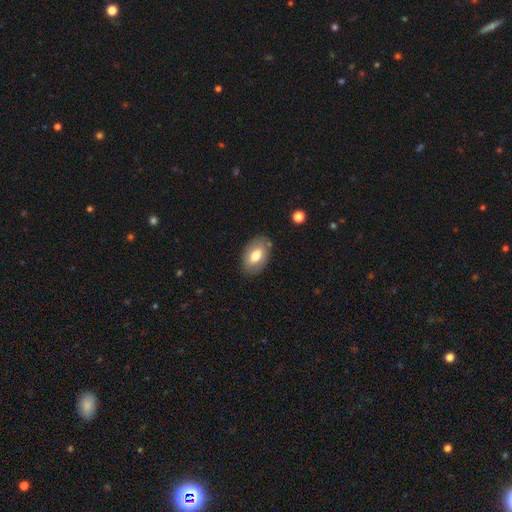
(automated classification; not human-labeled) smooth 72%, featured or disk 21%, star or artifact 7%. Down the decision tree: how rounded — in between (90%); merging — none (81%).